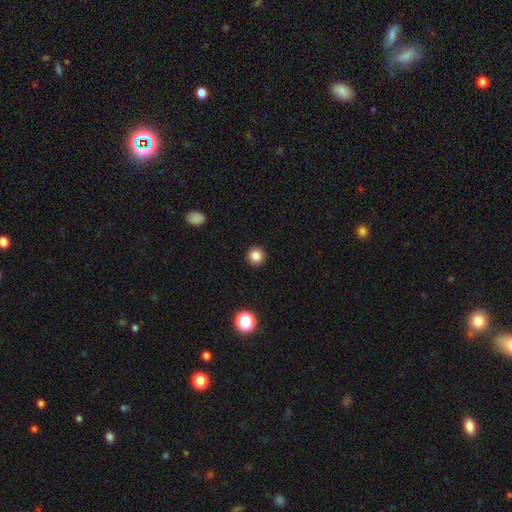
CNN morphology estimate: smooth_or_featured: smooth (p=0.84) [alt: star or artifact p=0.12]
how_rounded: round (p=0.95) [alt: in between p=0.04]
merging: none (p=0.93) [alt: minor disturbance p=0.04]